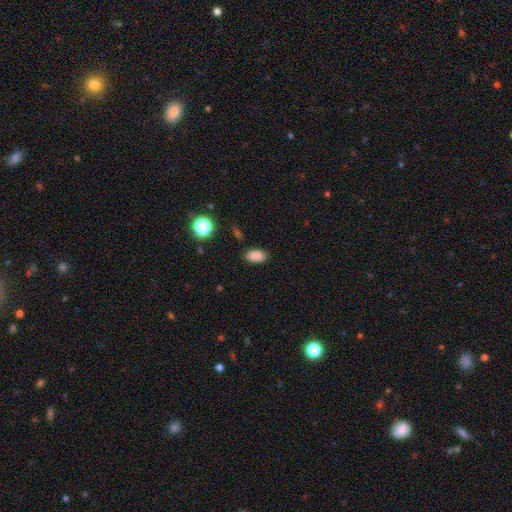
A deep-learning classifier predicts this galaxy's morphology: Overall: smooth (85%). How rounded: in between (89%). Merging: none (84%).